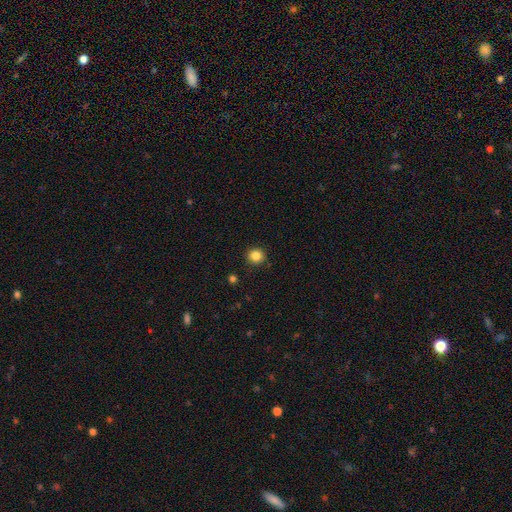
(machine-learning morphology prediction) This is clearly a smooth galaxy (85%). How rounded: clearly round (94%). Merging: clearly none (90%).